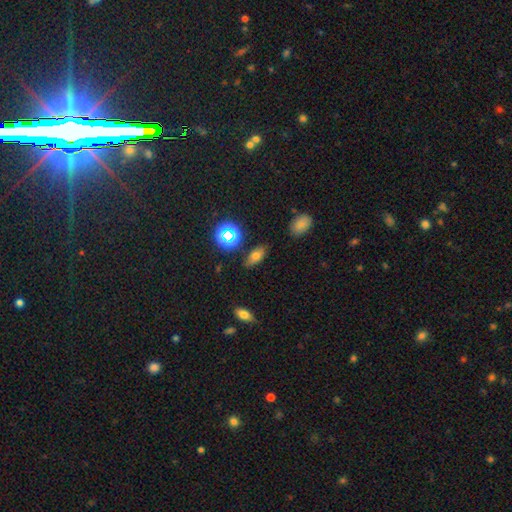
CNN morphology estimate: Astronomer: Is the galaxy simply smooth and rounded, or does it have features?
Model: smooth — 69%.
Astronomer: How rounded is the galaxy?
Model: in between — 82%.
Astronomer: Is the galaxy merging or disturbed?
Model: none — 83%.